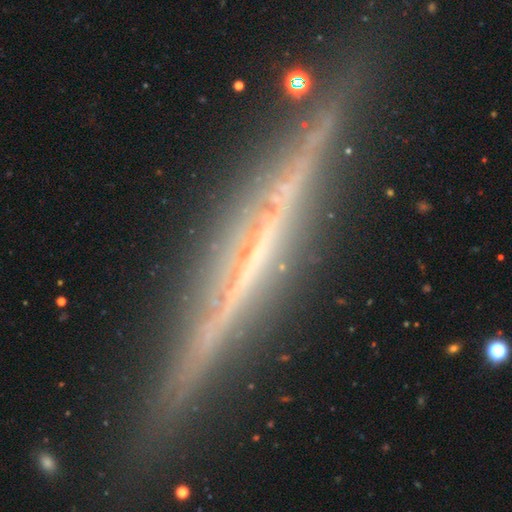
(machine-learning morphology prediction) The model was most divided on "edge-on bulge": none: 63%, rounded: 21%, boxy: 16%. More confident: edge-on disk — yes (97%); merging — none (86%); smooth or featured — featured or disk (82%).